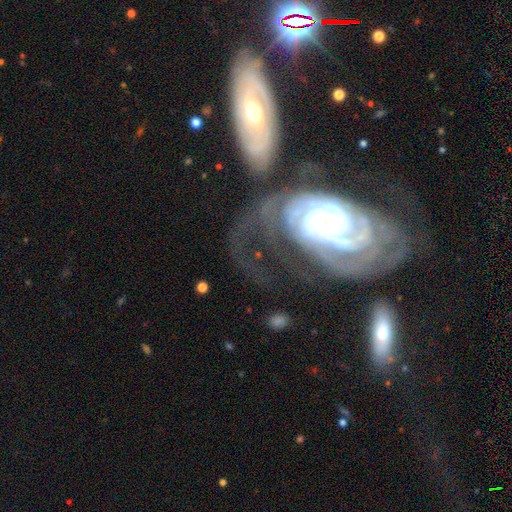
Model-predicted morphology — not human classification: featured or disk 86%, smooth 7%, star or artifact 7%. Down the decision tree: edge-on disk — no (95%); bar — no (63%); spiral arms — yes (96%); spiral arm count — 2 (36%); spiral winding — tight (68%); bulge size — small (55%); merging — none (32%).